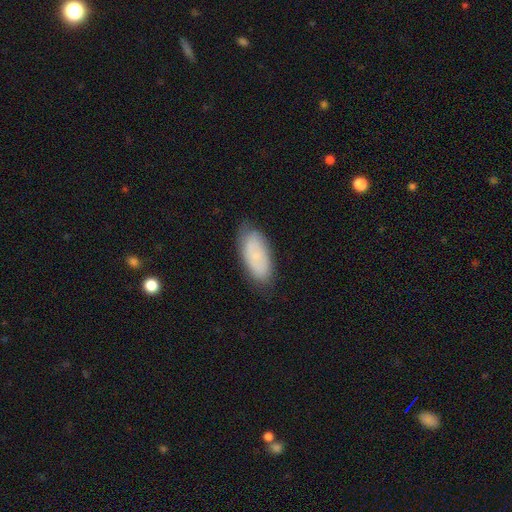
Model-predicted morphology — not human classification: smooth_or_featured: smooth (p=0.70) [alt: featured or disk p=0.22]
how_rounded: in between (p=0.89) [alt: cigar-shaped p=0.09]
merging: none (p=0.78) [alt: minor disturbance p=0.17]